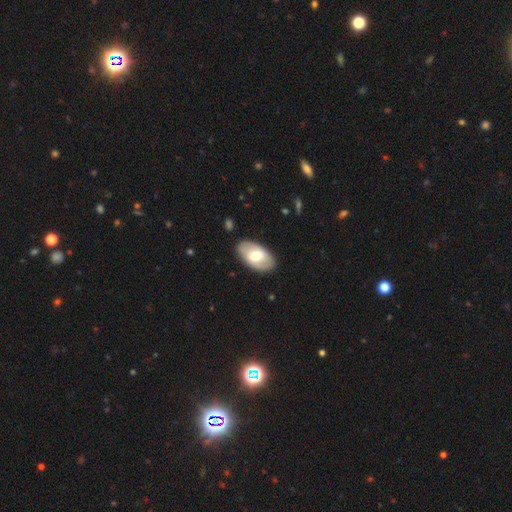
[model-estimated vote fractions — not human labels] Morphology: type=smooth (58%); roundness=in between (94%); merging=none (87%).